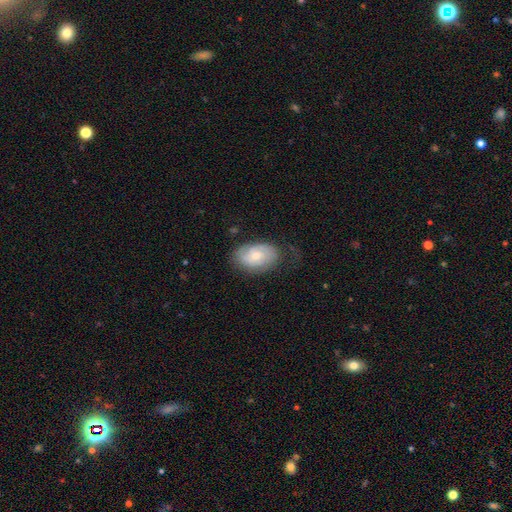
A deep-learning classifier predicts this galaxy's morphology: The model was most divided on "smooth or featured": smooth: 48%, featured or disk: 46%, star or artifact: 7%. More confident: merging — none (59%).